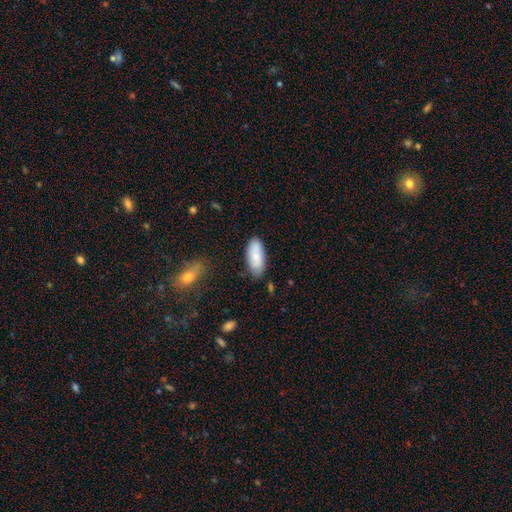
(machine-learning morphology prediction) The model was most divided on "merging": none: 79%, minor disturbance: 16%, major disturbance: 3%, merger: 3%. More confident: how rounded — in between (85%); smooth or featured — smooth (80%).